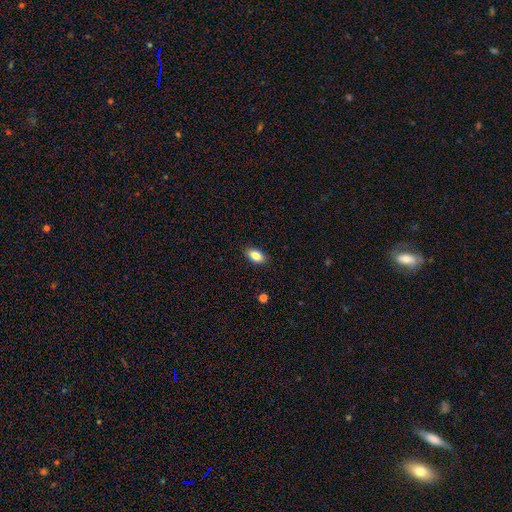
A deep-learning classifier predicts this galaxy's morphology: Q: Smooth or featured?
A: smooth (85%); runner-up: star or artifact (8%)
Q: How rounded?
A: in between (91%); runner-up: round (6%)
Q: Merging?
A: none (88%); runner-up: minor disturbance (9%)